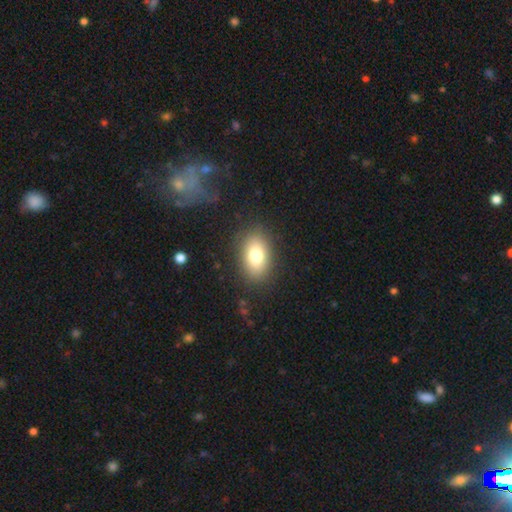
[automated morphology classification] smooth 78%, featured or disk 13%, star or artifact 10%. Down the decision tree: how rounded — in between (83%); merging — none (86%).